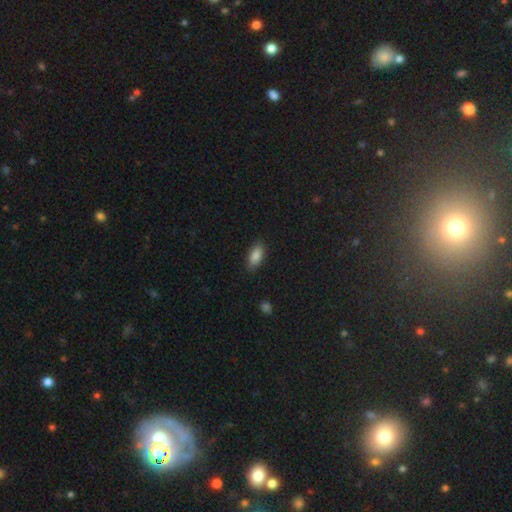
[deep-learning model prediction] Q: Smooth or featured?
A: smooth (86%); runner-up: star or artifact (7%)
Q: How rounded?
A: in between (87%); runner-up: cigar-shaped (10%)
Q: Merging?
A: none (86%); runner-up: minor disturbance (11%)